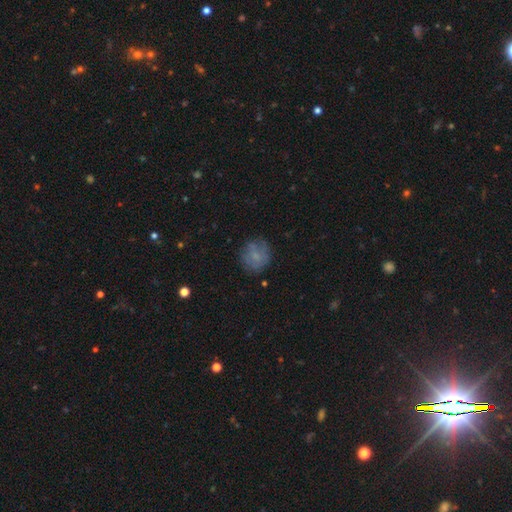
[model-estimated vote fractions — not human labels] Smooth or featured?
  - smooth: 59% *
  - featured or disk: 30%
  - star or artifact: 10%
How rounded?
  - round: 83% *
  - in between: 16%
  - cigar-shaped: 1%
Merging?
  - none: 71% *
  - minor disturbance: 19%
  - major disturbance: 8%
  - merger: 2%